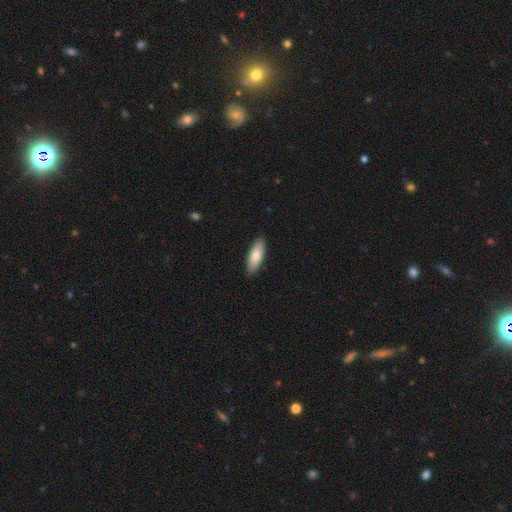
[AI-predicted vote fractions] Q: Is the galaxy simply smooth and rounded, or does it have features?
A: smooth — 78%.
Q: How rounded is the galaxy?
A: in between — 65%.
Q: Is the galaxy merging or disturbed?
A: none — 90%.